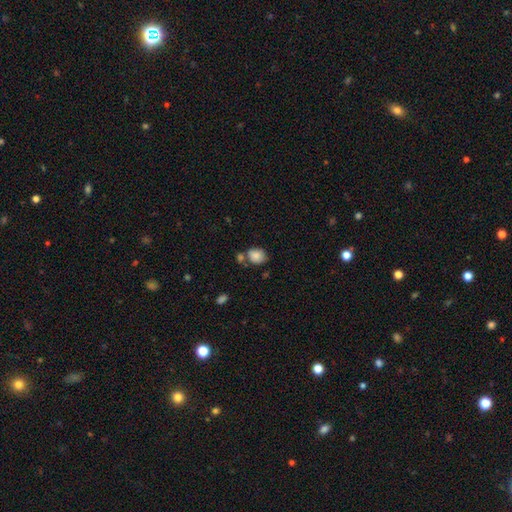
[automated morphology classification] smooth_or_featured: smooth (p=0.84) [alt: featured or disk p=0.08]
how_rounded: round (p=0.53) [alt: in between p=0.46]
merging: none (p=0.56) [alt: merger p=0.21]